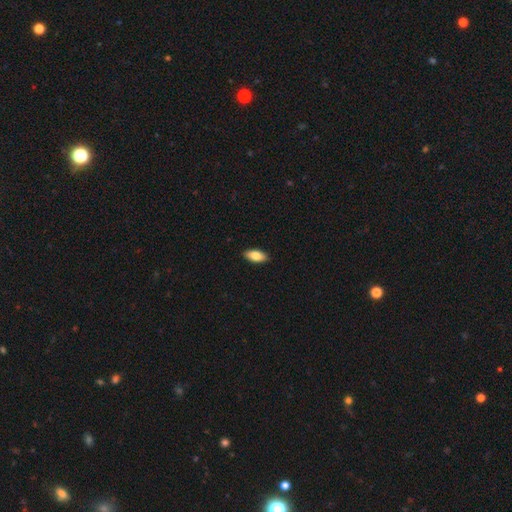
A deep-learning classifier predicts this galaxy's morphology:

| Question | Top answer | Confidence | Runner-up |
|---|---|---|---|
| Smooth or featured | smooth | 82% | featured or disk (11%) |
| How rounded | in between | 88% | cigar-shaped (9%) |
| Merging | none | 90% | minor disturbance (8%) |